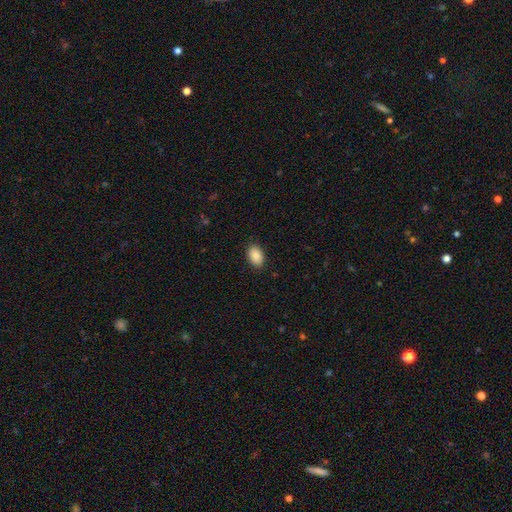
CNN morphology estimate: This is clearly a smooth galaxy (90%). How rounded: clearly in between (90%). Merging: clearly none (88%).